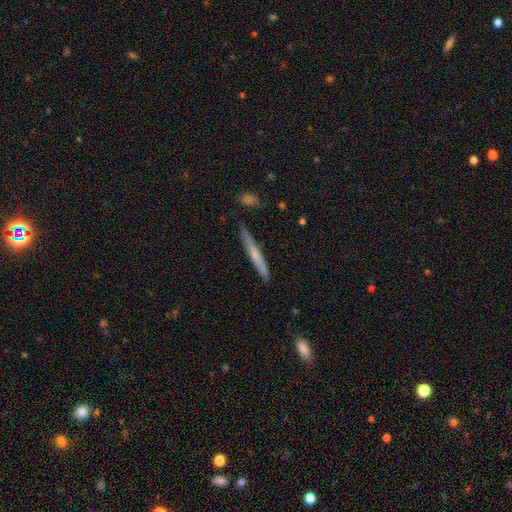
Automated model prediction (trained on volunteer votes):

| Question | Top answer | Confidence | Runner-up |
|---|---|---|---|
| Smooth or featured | smooth | 54% | featured or disk (40%) |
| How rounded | cigar-shaped | 96% | in between (2%) |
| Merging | none | 88% | minor disturbance (9%) |